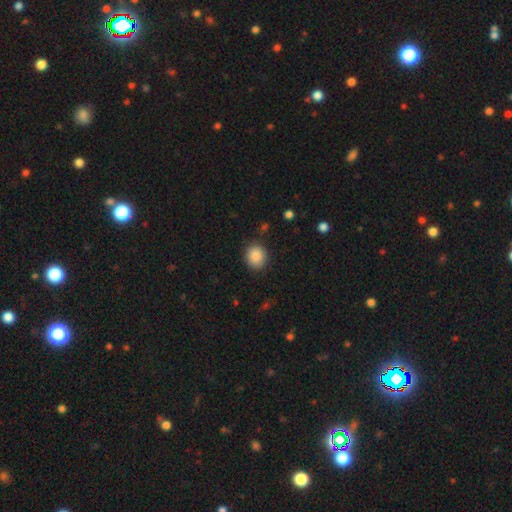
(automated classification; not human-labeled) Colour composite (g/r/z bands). It shows a smooth galaxy with no disk features (88%) that is round (72%). Merging: none (86%).